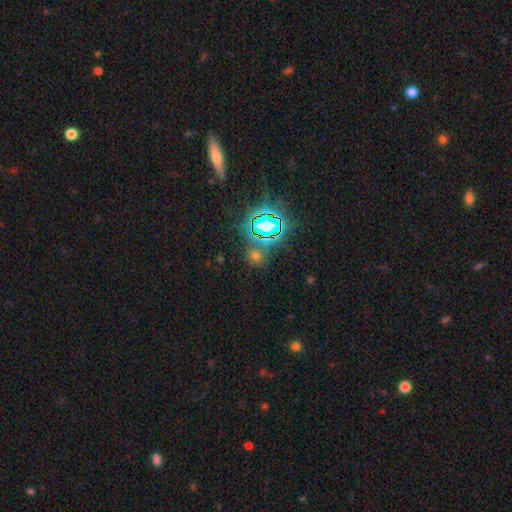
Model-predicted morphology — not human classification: A star or artifact, not a galaxy (57%).

Vote fractions:
- Smooth or featured? star or artifact: 57% / smooth: 35% / featured or disk: 8%